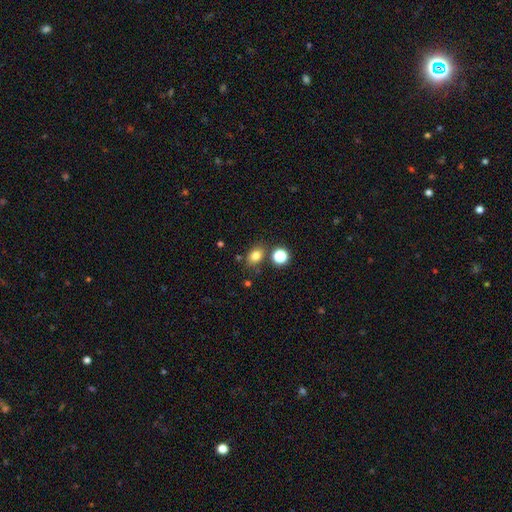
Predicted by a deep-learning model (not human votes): This appears to be a smooth galaxy with no disk features (79%) that is in between round and cigar-shaped (61%). Merging: none (75%).